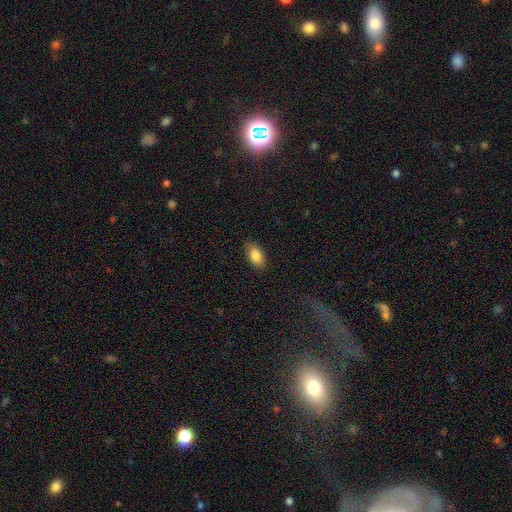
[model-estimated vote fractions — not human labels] smooth_or_featured: smooth (p=0.85) [alt: featured or disk p=0.08]
how_rounded: in between (p=0.93) [alt: round p=0.04]
merging: none (p=0.87) [alt: minor disturbance p=0.09]